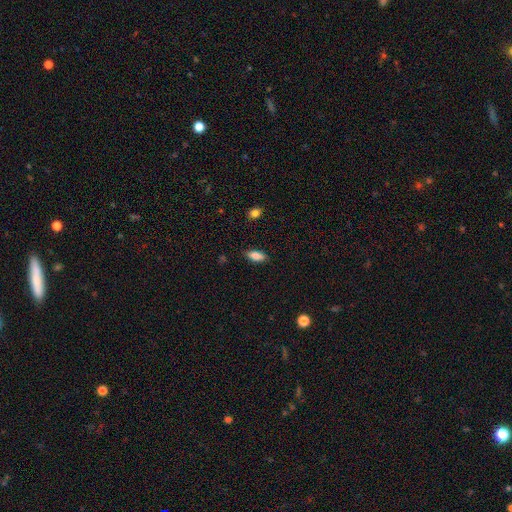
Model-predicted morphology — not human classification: A smooth galaxy with no disk features (81%) that is in between round and cigar-shaped (83%).

Vote fractions:
- Smooth or featured? smooth: 81% / featured or disk: 11% / star or artifact: 8%
- How rounded? in between: 83% / cigar-shaped: 14% / round: 3%
- Merging? none: 85% / minor disturbance: 12% / major disturbance: 2% / merger: 1%